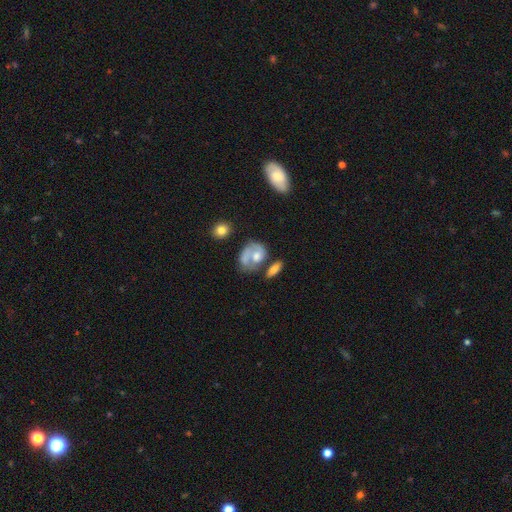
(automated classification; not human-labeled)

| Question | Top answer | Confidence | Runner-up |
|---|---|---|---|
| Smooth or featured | smooth | 48% | featured or disk (43%) |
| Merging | none | 34% | merger (23%) |